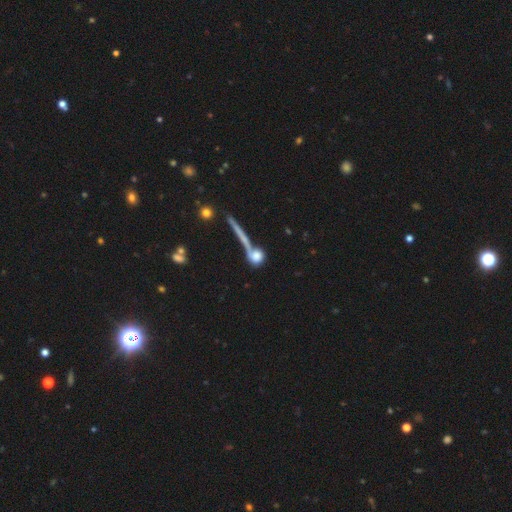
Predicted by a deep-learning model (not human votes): A smooth galaxy with no disk features (66%) that is round (69%). Merging: none (51%).